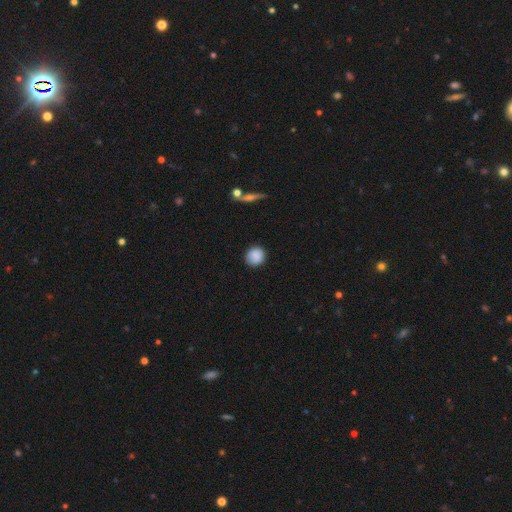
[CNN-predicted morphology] smooth 88%, star or artifact 8%, featured or disk 4%. Down the decision tree: how rounded — round (89%); merging — none (88%).